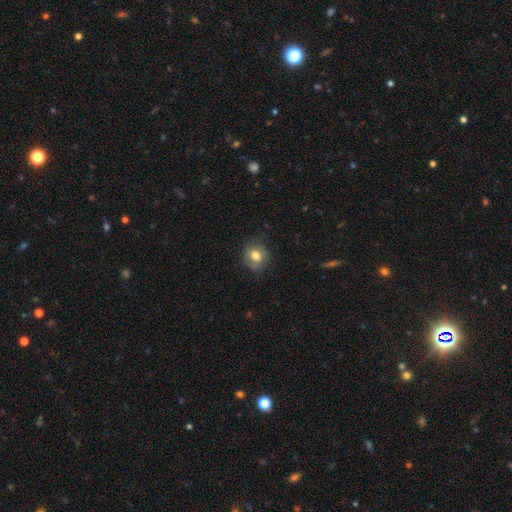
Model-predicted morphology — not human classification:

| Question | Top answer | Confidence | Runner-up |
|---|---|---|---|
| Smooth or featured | smooth | 71% | featured or disk (20%) |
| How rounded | round | 64% | in between (35%) |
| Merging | none | 68% | minor disturbance (23%) |